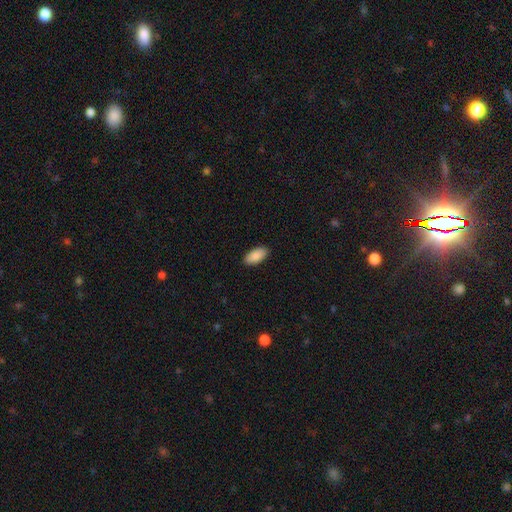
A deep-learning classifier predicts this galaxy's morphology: This appears to be a smooth galaxy with no disk features (90%) that is in between round and cigar-shaped (94%). Merging: none (90%).